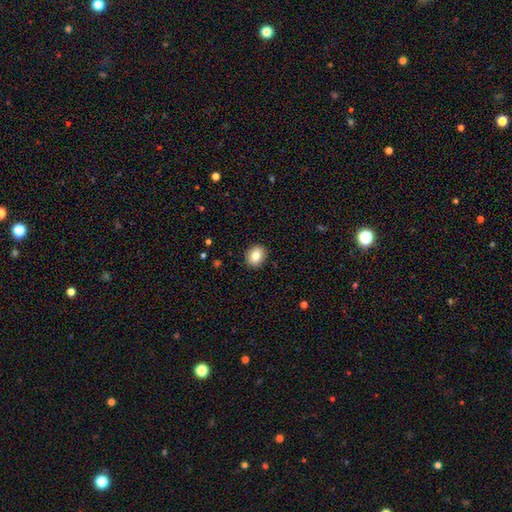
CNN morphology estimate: Smooth or featured? smooth (82%)
How rounded? round (57%)
Merging? none (90%)